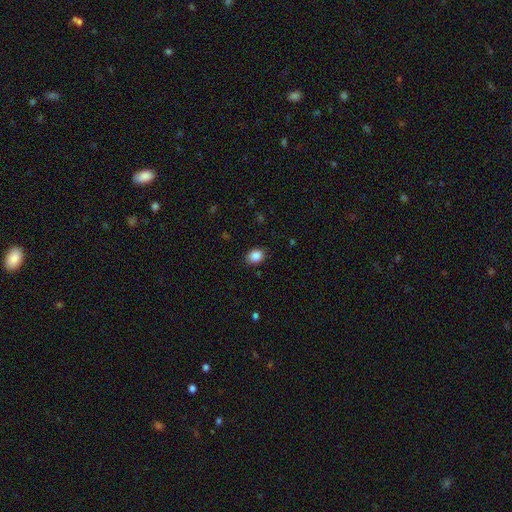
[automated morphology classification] type=smooth (88%); roundness=in between (59%); merging=none (87%).